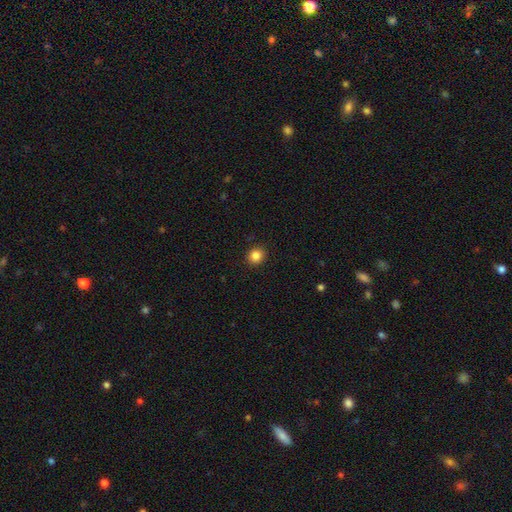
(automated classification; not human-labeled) A smooth galaxy with no disk features (85%) that is round (82%).

Vote fractions:
- Smooth or featured? smooth: 85% / star or artifact: 11% / featured or disk: 4%
- How rounded? round: 82% / in between: 17% / cigar-shaped: 1%
- Merging? none: 92% / minor disturbance: 6% / major disturbance: 2% / merger: 1%